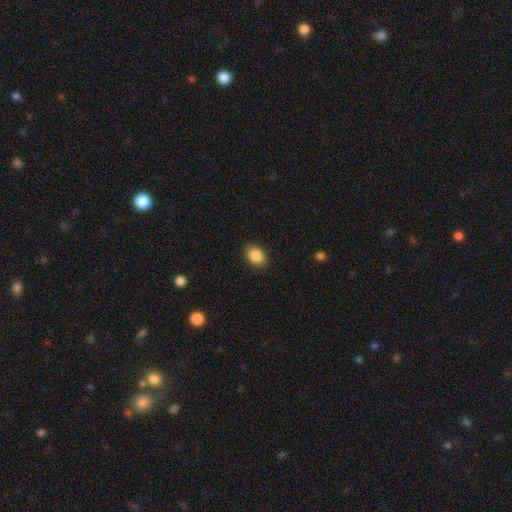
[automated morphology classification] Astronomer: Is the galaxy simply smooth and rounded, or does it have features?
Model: smooth — 88%.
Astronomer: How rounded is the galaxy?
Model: in between — 75%.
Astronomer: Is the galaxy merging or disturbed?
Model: none — 88%.